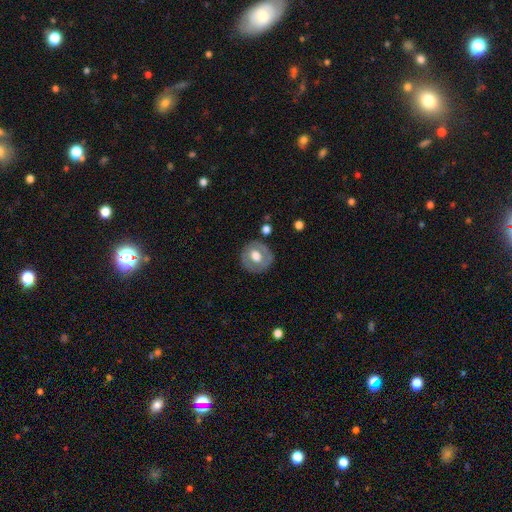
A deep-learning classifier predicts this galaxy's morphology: Smooth or featured?
  - smooth: 52% *
  - featured or disk: 41%
  - star or artifact: 6%
How rounded?
  - round: 83% *
  - in between: 16%
  - cigar-shaped: 1%
Merging?
  - none: 81% *
  - minor disturbance: 13%
  - major disturbance: 4%
  - merger: 2%